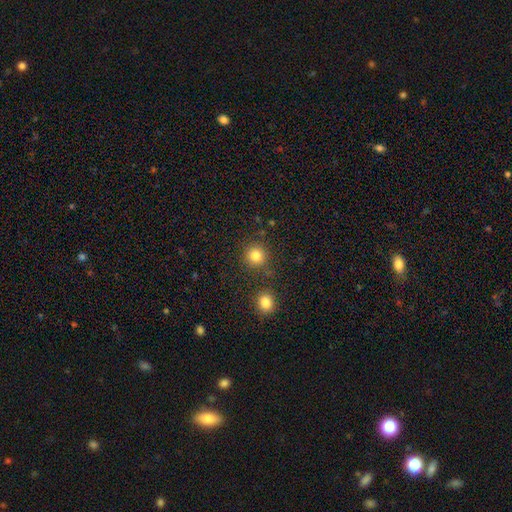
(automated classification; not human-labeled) This is clearly a smooth galaxy (83%). How rounded: clearly round (93%). Merging: clearly none (84%).